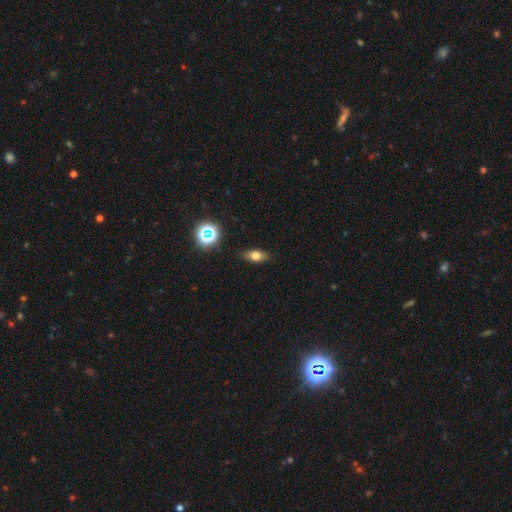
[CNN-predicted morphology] This appears to be a smooth galaxy with no disk features (69%) that is in between round and cigar-shaped (78%). Merging: none (87%).